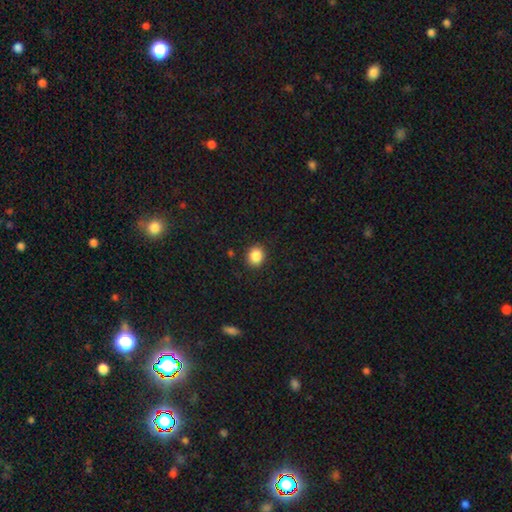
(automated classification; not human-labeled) A smooth galaxy with no disk features (86%) that is round (78%).

Vote fractions:
- Smooth or featured? smooth: 86% / star or artifact: 10% / featured or disk: 4%
- How rounded? round: 78% / in between: 21% / cigar-shaped: 1%
- Merging? none: 89% / minor disturbance: 7% / major disturbance: 2% / merger: 1%